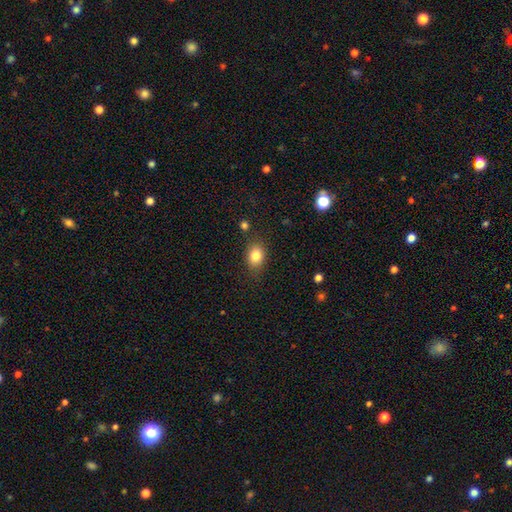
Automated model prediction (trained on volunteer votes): A smooth galaxy with no disk features (82%) that is in between round and cigar-shaped (63%).

Vote fractions:
- Smooth or featured? smooth: 82% / star or artifact: 10% / featured or disk: 8%
- How rounded? in between: 63% / round: 36% / cigar-shaped: 1%
- Merging? none: 80% / minor disturbance: 14% / major disturbance: 3% / merger: 3%